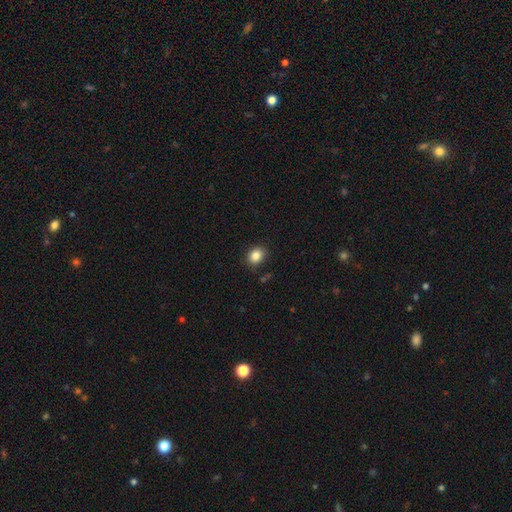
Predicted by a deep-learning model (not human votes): smooth-or-featured: smooth: 85% | star or artifact: 10% | featured or disk: 5%
  how-rounded: round: 54% | in between: 45% | cigar-shaped: 1%
  merging: none: 86% | minor disturbance: 10% | major disturbance: 2% | merger: 2%